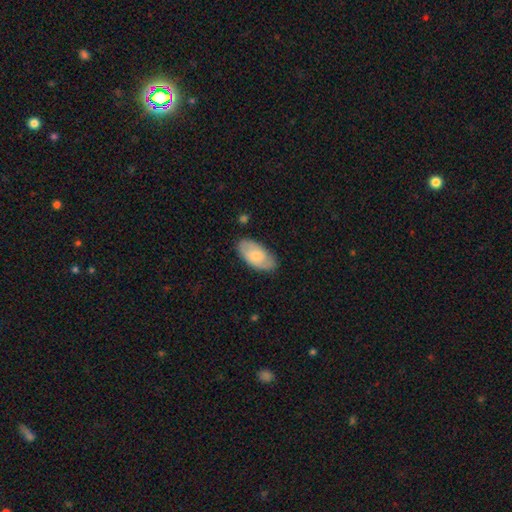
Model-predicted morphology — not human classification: A smooth galaxy with no disk features (65%) that is in between round and cigar-shaped (94%). Merging: none (80%).